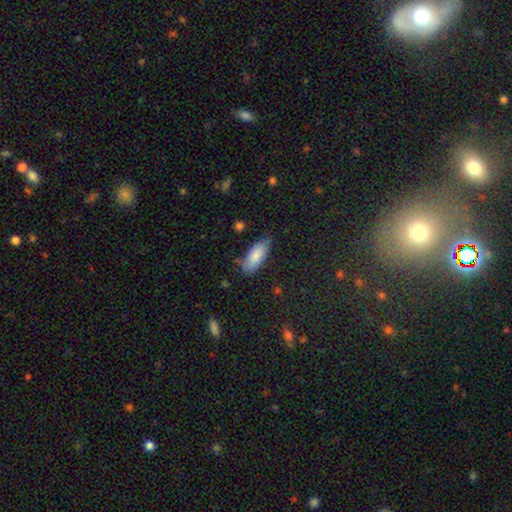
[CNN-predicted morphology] Overall: smooth (83%). How rounded: in between (80%). Merging: none (69%).